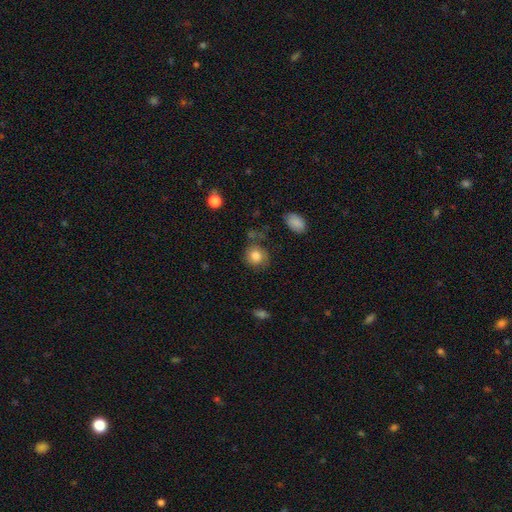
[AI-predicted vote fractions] This is likely a smooth galaxy (79%). How rounded: clearly round (81%). Merging: likely none (66%).